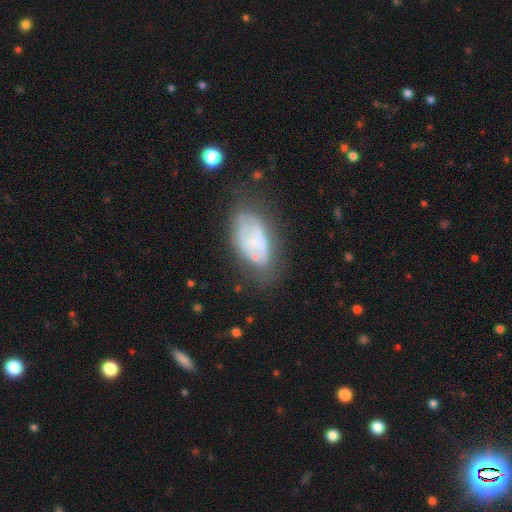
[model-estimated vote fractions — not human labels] Q: Smooth or featured?
A: featured or disk (55%); runner-up: smooth (36%)
Q: Edge-on disk?
A: no (94%); runner-up: yes (6%)
Q: Bar?
A: no (82%); runner-up: weak (14%)
Q: Spiral arms?
A: no (69%); runner-up: yes (31%)
Q: Bulge size?
A: small (42%); runner-up: none (31%)
Q: Merging?
A: none (47%); runner-up: minor disturbance (27%)